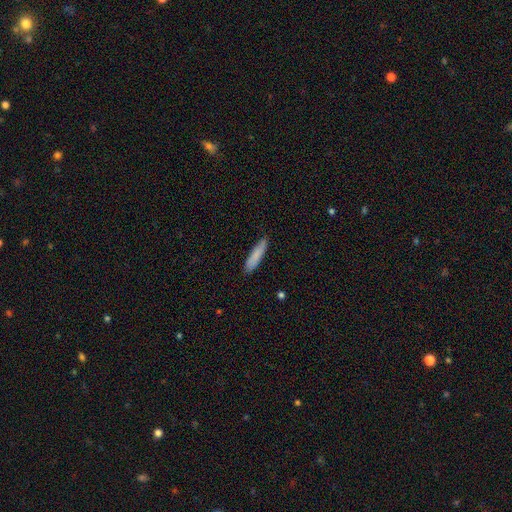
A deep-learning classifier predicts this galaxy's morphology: smooth_or_featured: smooth (p=0.85) [alt: featured or disk p=0.09]
how_rounded: cigar-shaped (p=0.84) [alt: in between p=0.14]
merging: none (p=0.86) [alt: minor disturbance p=0.11]